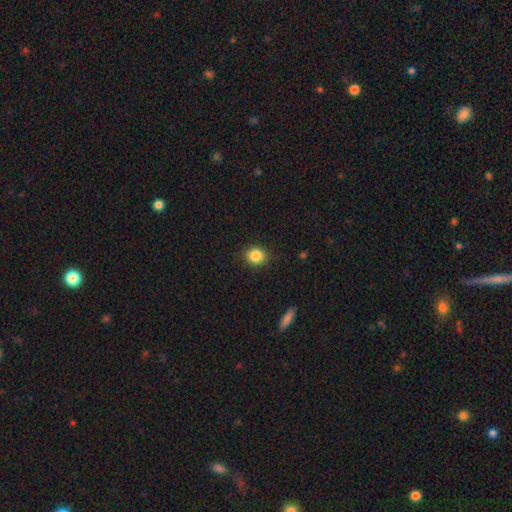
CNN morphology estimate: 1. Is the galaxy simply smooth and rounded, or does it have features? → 86% smooth, 10% star or artifact, 5% featured or disk.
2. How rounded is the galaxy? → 77% round, 22% in between, 1% cigar-shaped.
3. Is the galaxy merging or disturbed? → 89% none, 8% minor disturbance, 2% major disturbance, 1% merger.